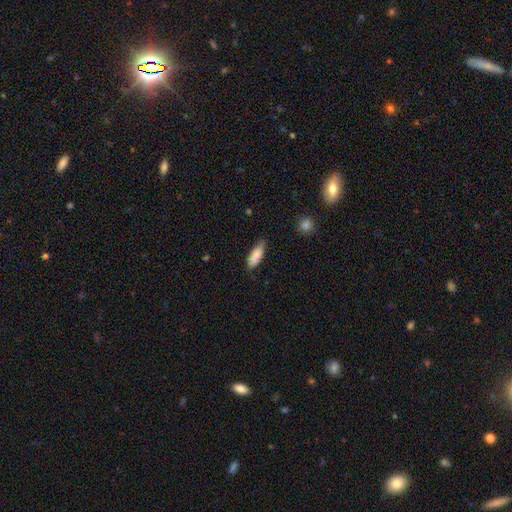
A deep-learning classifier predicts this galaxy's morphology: smooth-or-featured: smooth: 87% | featured or disk: 7% | star or artifact: 6%
  how-rounded: in between: 70% | cigar-shaped: 28% | round: 2%
  merging: none: 74% | minor disturbance: 21% | major disturbance: 3% | merger: 1%